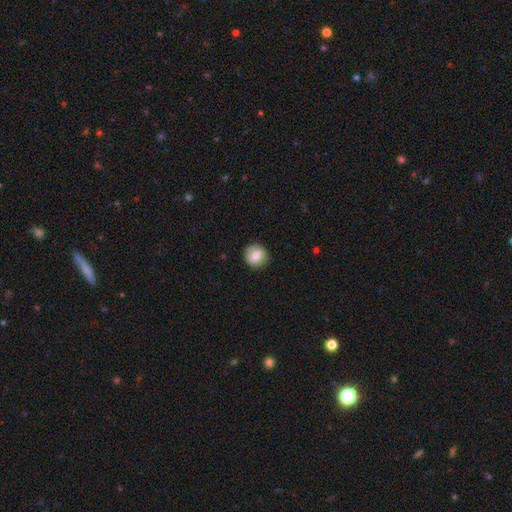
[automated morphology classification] This appears to be a smooth galaxy with no disk features (59%) that is round (88%). Merging: none (84%).